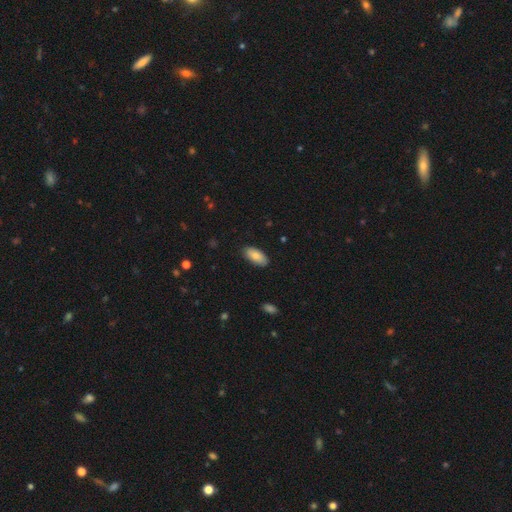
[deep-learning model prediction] Morphology: type=smooth (83%); roundness=in between (92%); merging=none (86%).